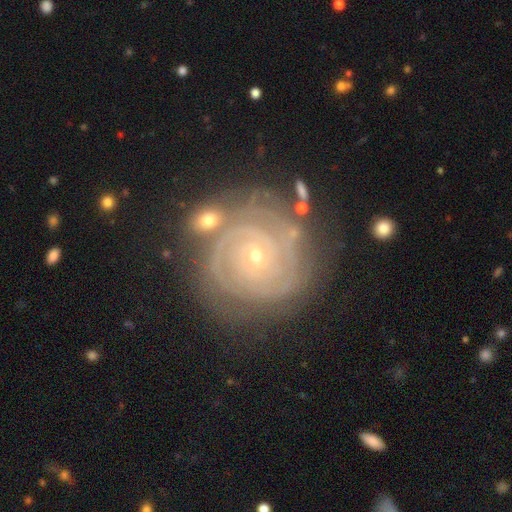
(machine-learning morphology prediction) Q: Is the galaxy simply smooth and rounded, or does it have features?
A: featured or disk — 88%.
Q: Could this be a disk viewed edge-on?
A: no — 98%.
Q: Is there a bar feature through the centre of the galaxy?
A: no — 72%.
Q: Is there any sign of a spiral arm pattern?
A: yes — 98%.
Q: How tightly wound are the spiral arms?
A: tight — 87%.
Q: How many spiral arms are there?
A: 2 — 30%.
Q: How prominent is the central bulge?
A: small — 79%.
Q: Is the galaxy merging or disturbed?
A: none — 75%.